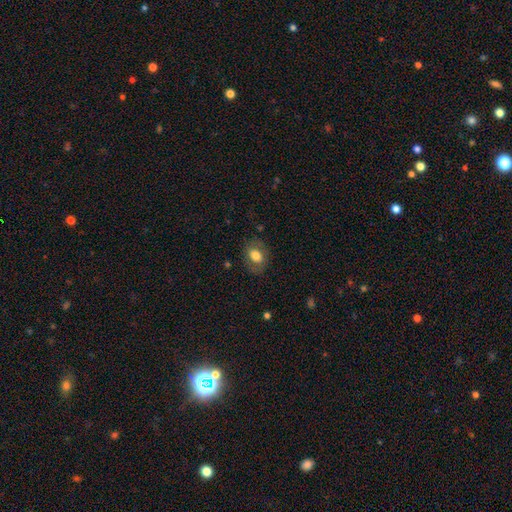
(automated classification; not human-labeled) The model was most divided on "how rounded": in between: 70%, round: 29%, cigar-shaped: 1%. More confident: merging — none (76%); smooth or featured — smooth (71%).